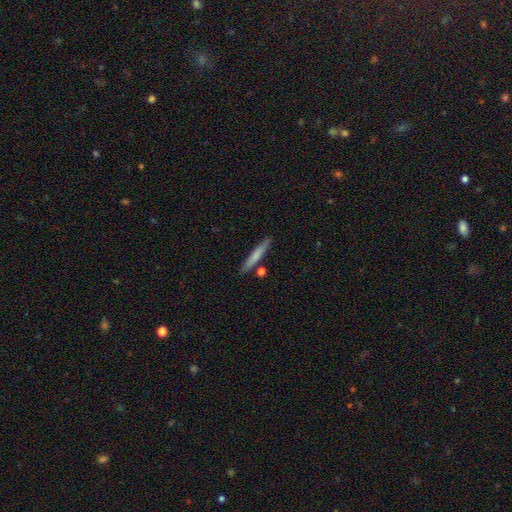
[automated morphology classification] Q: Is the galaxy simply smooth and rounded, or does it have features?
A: smooth — 69%.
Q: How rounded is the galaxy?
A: cigar-shaped — 95%.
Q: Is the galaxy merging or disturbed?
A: none — 85%.